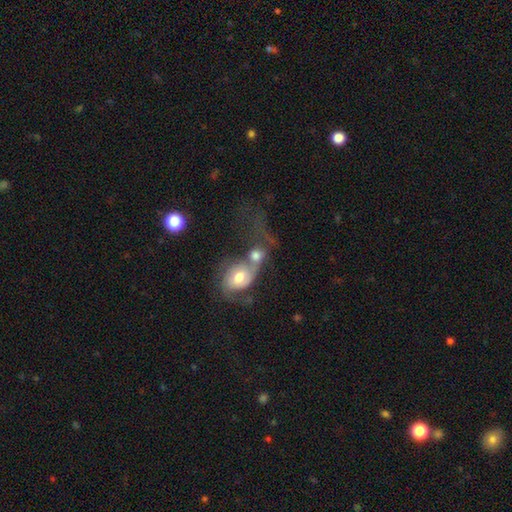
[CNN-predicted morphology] This appears to be a smooth galaxy with no disk features (46%). Merging: merger (68%).